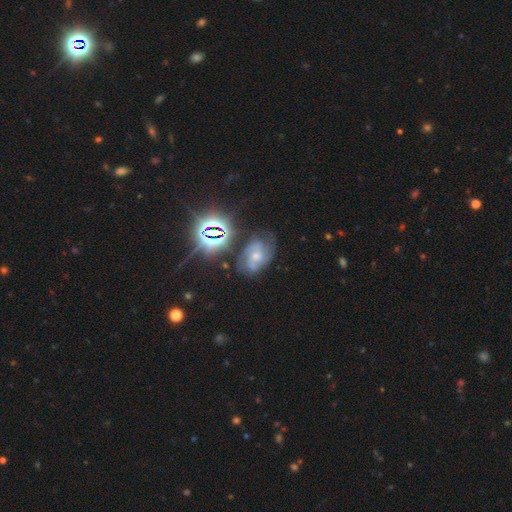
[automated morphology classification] A featured or disk galaxy (65%) with no bar (61%), 2 (36%) medium (47%) spiral arms (91%) and a small central bulge (47%).

Vote fractions:
- Smooth or featured? featured or disk: 65% / star or artifact: 19% / smooth: 16%
- Edge-on disk? no: 97% / yes: 3%
- Bar? no: 61% / weak: 32% / strong: 8%
- Spiral arms? yes: 91% / no: 9%
- Spiral winding? medium: 47% / tight: 35% / loose: 18%
- Spiral arm count? 2: 36% / 3: 29% / can't tell: 22% / 4: 5% / 1: 4% / more than 4: 4%
- Bulge size? small: 47% / moderate: 45% / none: 4% / large: 3% / dominant: 1%
- Merging? none: 61% / minor disturbance: 23% / major disturbance: 12% / merger: 4%